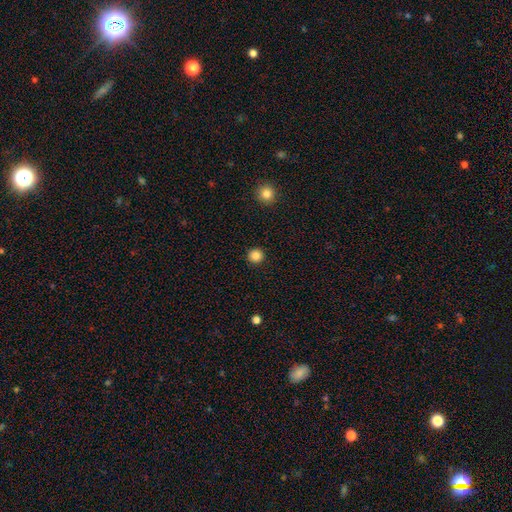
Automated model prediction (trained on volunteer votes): Overall: smooth (85%). How rounded: round (95%). Merging: none (93%).